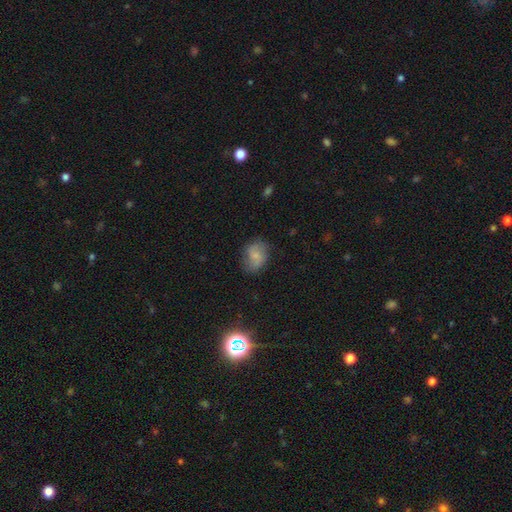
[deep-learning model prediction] The model was most divided on "how rounded": in between: 53%, round: 45%, cigar-shaped: 1%. More confident: merging — none (67%); smooth or featured — smooth (66%).